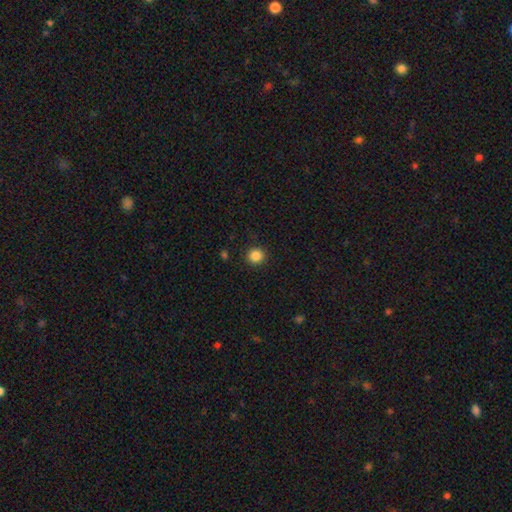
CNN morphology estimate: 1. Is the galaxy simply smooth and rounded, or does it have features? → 86% smooth, 11% star or artifact, 3% featured or disk.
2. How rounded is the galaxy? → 94% round, 5% in between, 1% cigar-shaped.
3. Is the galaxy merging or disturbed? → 92% none, 5% minor disturbance, 2% major disturbance, 1% merger.